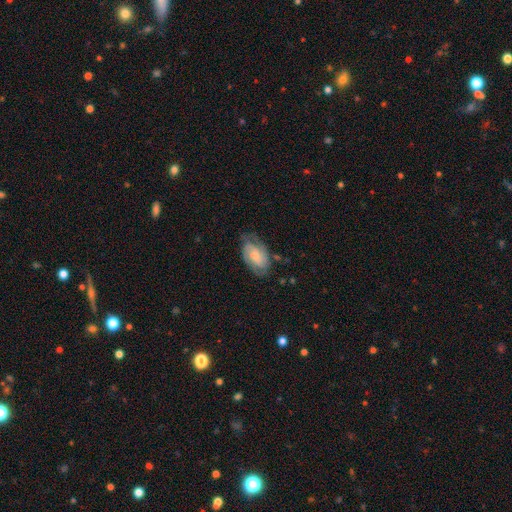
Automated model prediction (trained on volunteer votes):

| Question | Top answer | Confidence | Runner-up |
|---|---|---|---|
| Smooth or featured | featured or disk | 71% | smooth (23%) |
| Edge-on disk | no | 96% | yes (4%) |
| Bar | no | 56% | weak (37%) |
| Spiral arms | yes | 93% | no (7%) |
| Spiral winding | tight | 49% | medium (40%) |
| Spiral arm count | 2 | 66% | can't tell (18%) |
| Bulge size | small | 42% | moderate (34%) |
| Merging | none | 68% | minor disturbance (22%) |